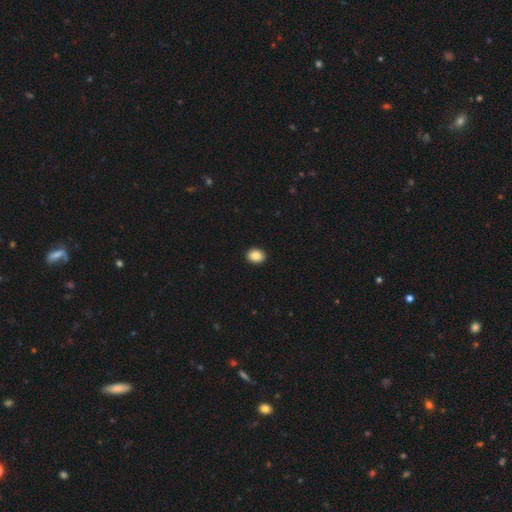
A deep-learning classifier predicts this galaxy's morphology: Smooth or featured? smooth (88%)
How rounded? in between (51%)
Merging? none (92%)